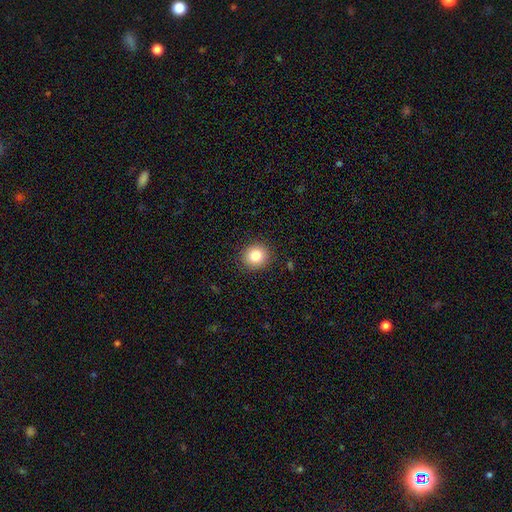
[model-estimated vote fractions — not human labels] smooth_or_featured: smooth (p=0.84) [alt: star or artifact p=0.10]
how_rounded: round (p=0.87) [alt: in between p=0.12]
merging: none (p=0.90) [alt: minor disturbance p=0.07]